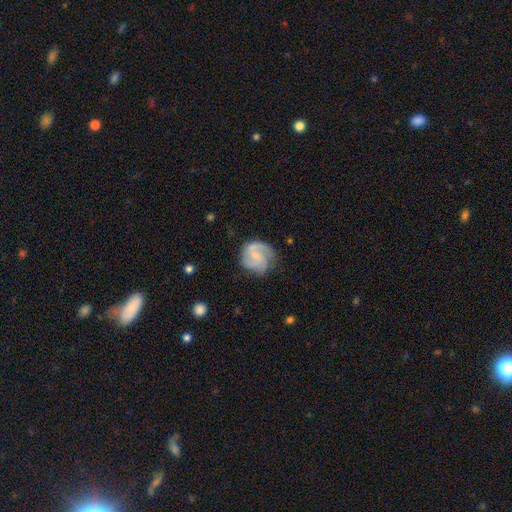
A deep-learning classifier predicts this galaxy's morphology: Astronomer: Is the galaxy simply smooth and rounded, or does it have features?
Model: featured or disk — 76%.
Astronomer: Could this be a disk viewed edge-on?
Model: no — 98%.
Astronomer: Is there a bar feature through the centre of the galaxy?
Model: weak — 47% (runner-up: no, 43%).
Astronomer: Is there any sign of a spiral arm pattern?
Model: yes — 95%.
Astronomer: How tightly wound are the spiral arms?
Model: medium — 50% (runner-up: tight, 31%).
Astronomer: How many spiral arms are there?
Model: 2 — 56%.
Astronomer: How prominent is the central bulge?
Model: small — 52% (runner-up: none, 30%).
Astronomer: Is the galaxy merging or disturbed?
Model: none — 70%.